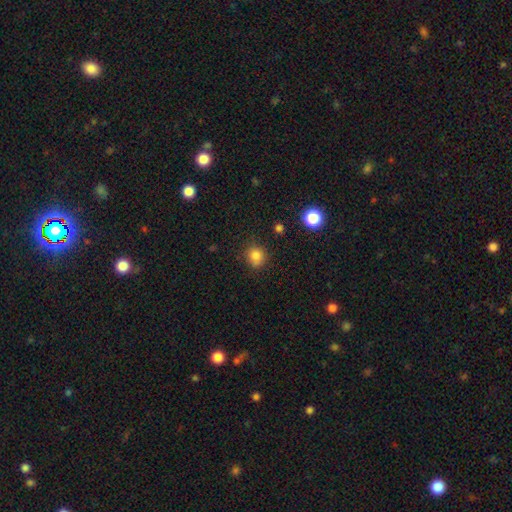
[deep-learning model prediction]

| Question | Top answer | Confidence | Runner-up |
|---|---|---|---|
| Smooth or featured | smooth | 82% | star or artifact (12%) |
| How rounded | round | 86% | in between (13%) |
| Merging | none | 81% | minor disturbance (13%) |